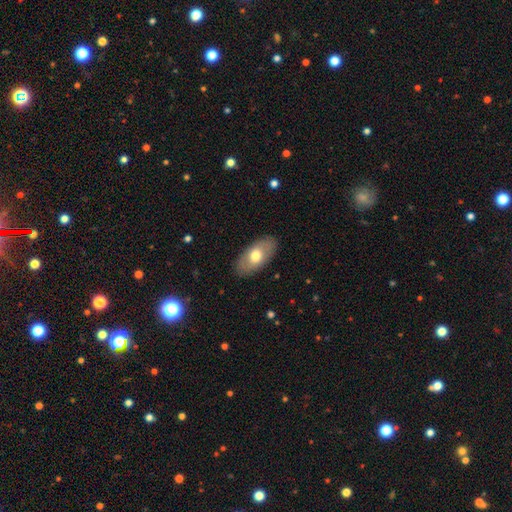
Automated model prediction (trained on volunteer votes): This is likely a smooth galaxy (65%). How rounded: clearly in between (93%). Merging: clearly none (87%).